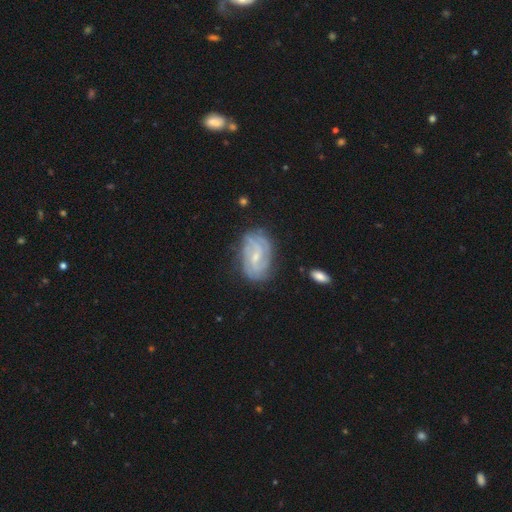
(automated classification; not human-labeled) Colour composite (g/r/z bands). It shows a featured or disk galaxy (80%) with a weak bar (54%), 2 (36%) tight (56%) spiral arms (92%) and a small central bulge (62%). Merging: none (73%).